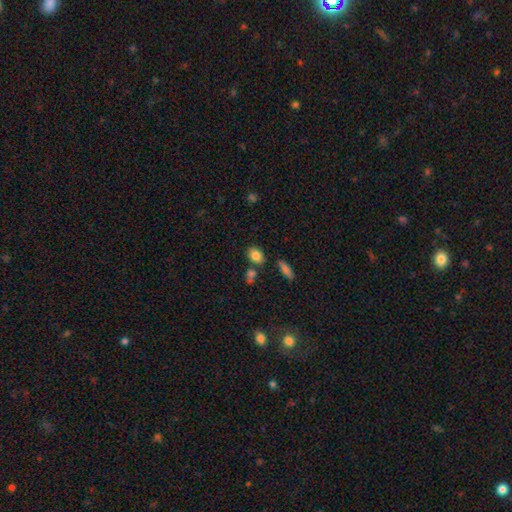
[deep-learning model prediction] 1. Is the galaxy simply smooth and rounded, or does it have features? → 84% smooth, 9% star or artifact, 7% featured or disk.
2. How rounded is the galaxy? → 70% in between, 28% round, 2% cigar-shaped.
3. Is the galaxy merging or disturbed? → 71% none, 14% minor disturbance, 12% merger, 4% major disturbance.